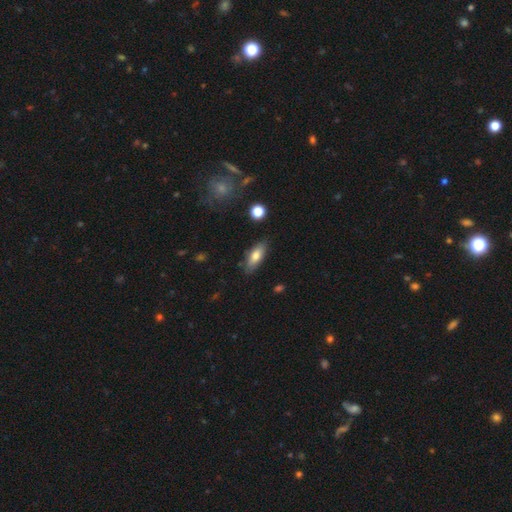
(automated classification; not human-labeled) This appears to be a smooth galaxy with no disk features (73%) that is in between round and cigar-shaped (72%). Merging: none (82%).